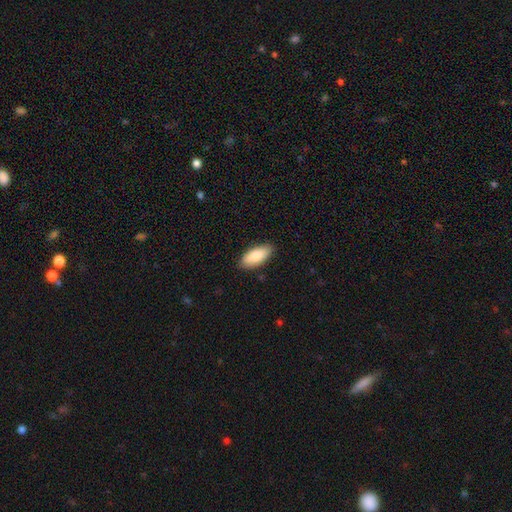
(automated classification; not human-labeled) Overall: smooth (85%). How rounded: in between (84%). Merging: none (87%).